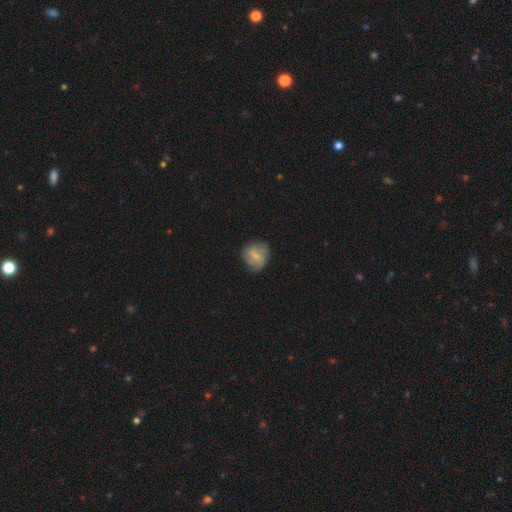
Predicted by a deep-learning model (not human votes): Smooth or featured?
  - smooth: 51% *
  - featured or disk: 41%
  - star or artifact: 8%
How rounded?
  - round: 76% *
  - in between: 22%
  - cigar-shaped: 1%
Merging?
  - none: 66% *
  - minor disturbance: 25%
  - major disturbance: 8%
  - merger: 1%